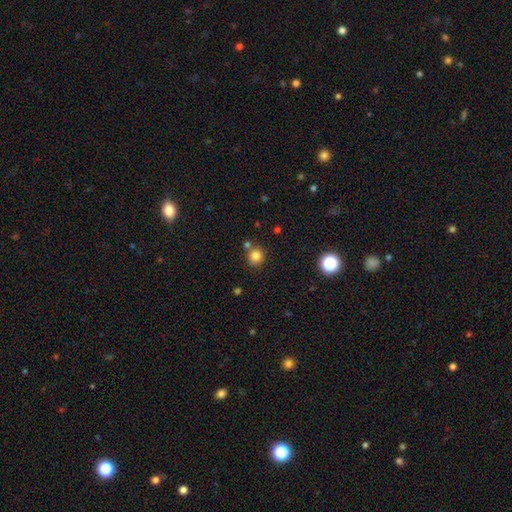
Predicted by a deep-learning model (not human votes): Morphology: type=smooth (82%); roundness=round (89%); merging=none (73%).